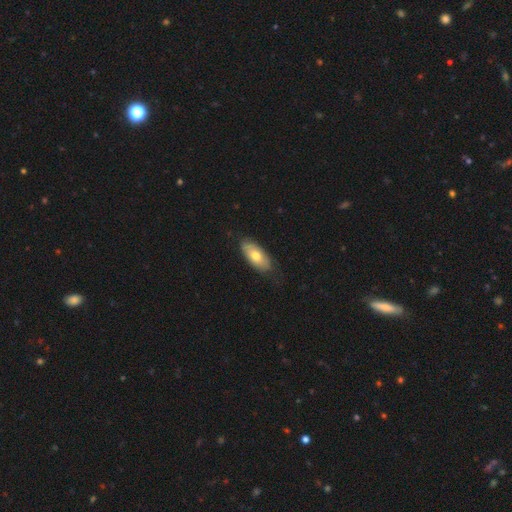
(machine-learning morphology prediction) Smooth or featured? smooth (70%)
How rounded? in between (88%)
Merging? none (79%)